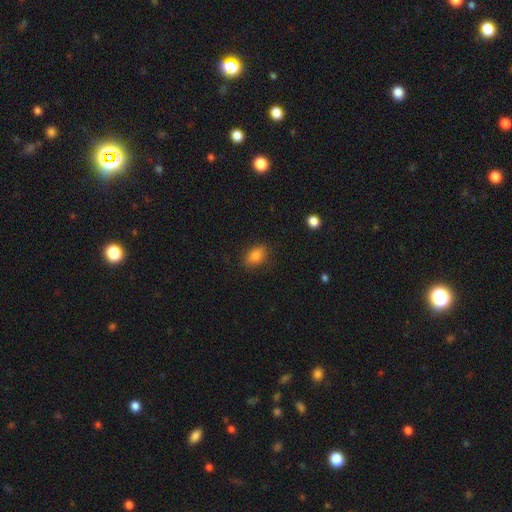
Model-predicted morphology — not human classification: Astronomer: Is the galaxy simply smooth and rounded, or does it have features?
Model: smooth — 82%.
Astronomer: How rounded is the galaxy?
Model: in between — 80%.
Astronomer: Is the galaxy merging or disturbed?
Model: none — 84%.